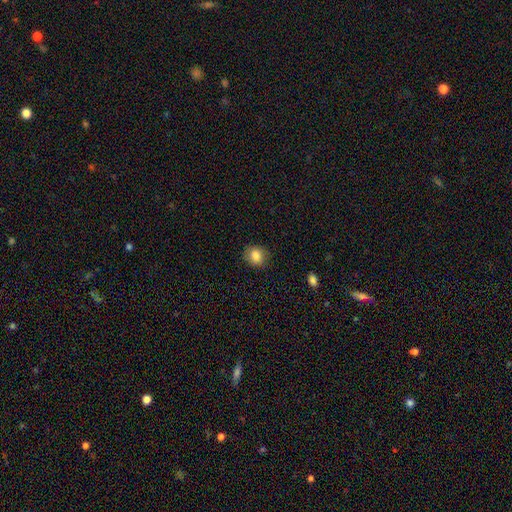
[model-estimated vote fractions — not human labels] smooth_or_featured: smooth (p=0.84) [alt: star or artifact p=0.10]
how_rounded: round (p=0.76) [alt: in between p=0.23]
merging: none (p=0.87) [alt: minor disturbance p=0.10]